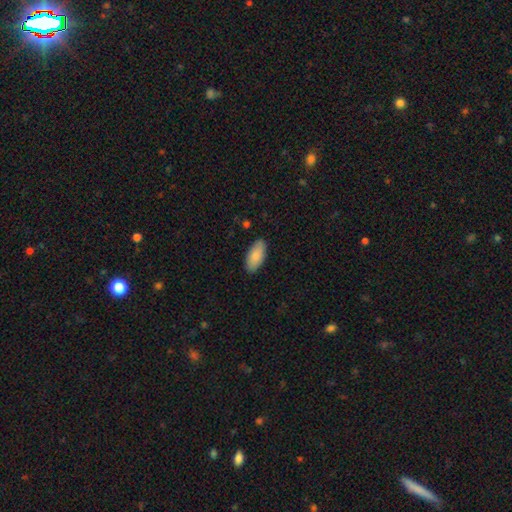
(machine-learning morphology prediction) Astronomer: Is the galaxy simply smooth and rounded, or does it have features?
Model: smooth — 85%.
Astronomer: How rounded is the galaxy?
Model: in between — 90%.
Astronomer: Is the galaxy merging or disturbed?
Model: none — 88%.